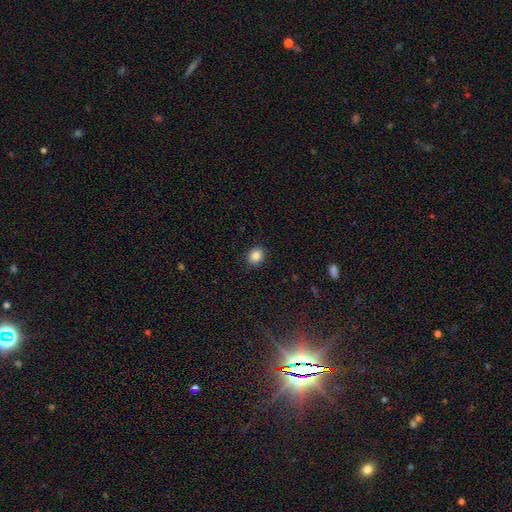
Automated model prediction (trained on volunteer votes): smooth-or-featured: smooth: 87% | star or artifact: 10% | featured or disk: 3%
  how-rounded: round: 56% | in between: 43% | cigar-shaped: 1%
  merging: none: 89% | minor disturbance: 8% | major disturbance: 2% | merger: 1%